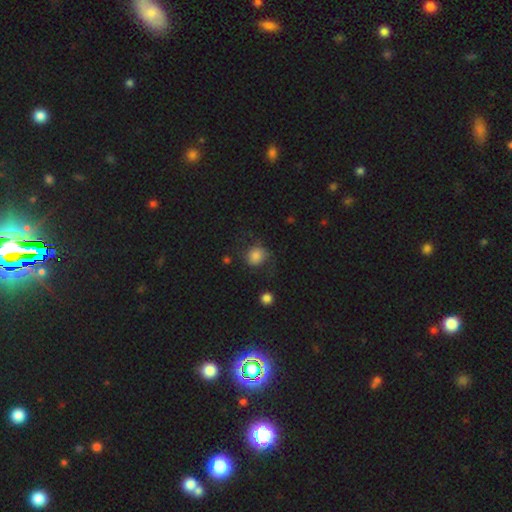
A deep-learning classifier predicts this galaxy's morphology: Smooth or featured: smooth — 77% (featured or disk — 13%)
How rounded: round — 76% (in between — 23%)
Merging: none — 58% (minor disturbance — 22%)